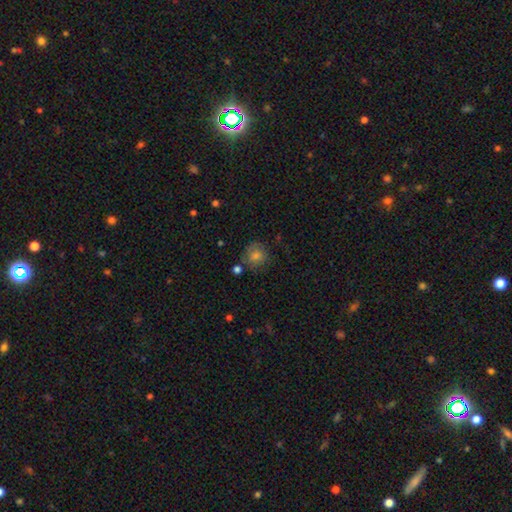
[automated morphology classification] smooth_or_featured: smooth (p=0.64) [alt: featured or disk p=0.18]
how_rounded: round (p=0.86) [alt: in between p=0.13]
merging: none (p=0.75) [alt: minor disturbance p=0.15]